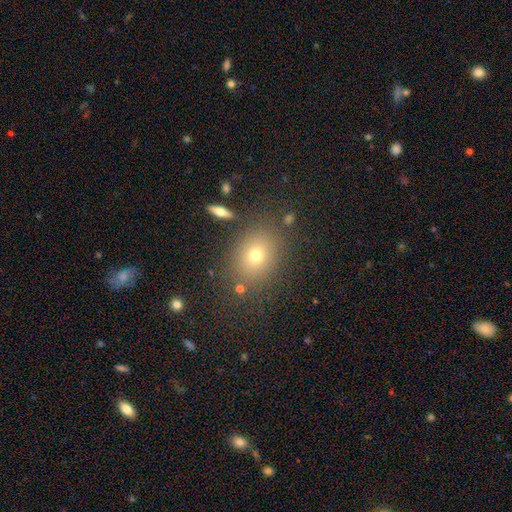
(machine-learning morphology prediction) smooth 70%, star or artifact 18%, featured or disk 12%. Down the decision tree: how rounded — in between (52%); merging — none (82%).